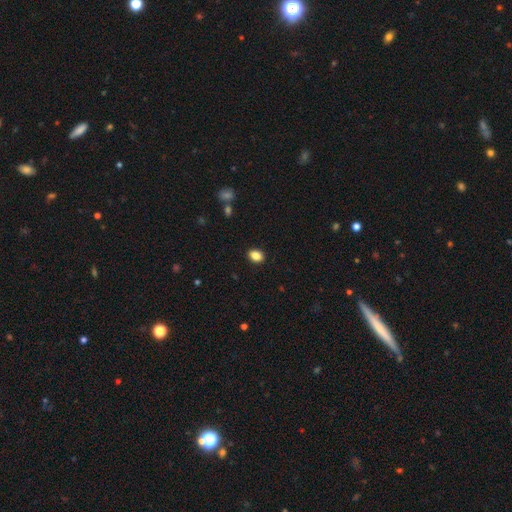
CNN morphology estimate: This is clearly a smooth galaxy (86%). How rounded: likely in between (74%). Merging: clearly none (89%).